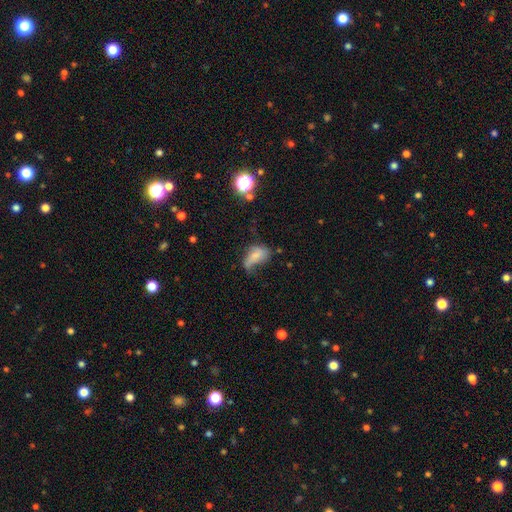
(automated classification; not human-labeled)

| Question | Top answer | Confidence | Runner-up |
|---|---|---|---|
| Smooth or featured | smooth | 60% | featured or disk (28%) |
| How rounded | in between | 86% | round (8%) |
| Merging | major disturbance | 34% | minor disturbance (33%) |